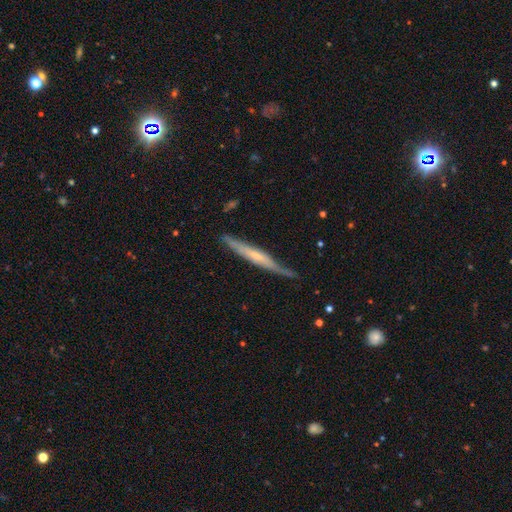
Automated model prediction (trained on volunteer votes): Smooth or featured? Predicted: featured or disk (p=0.62). Edge-on disk? Predicted: yes (p=0.91). Edge-on bulge? Predicted: none (p=0.49). Merging? Predicted: none (p=0.73).